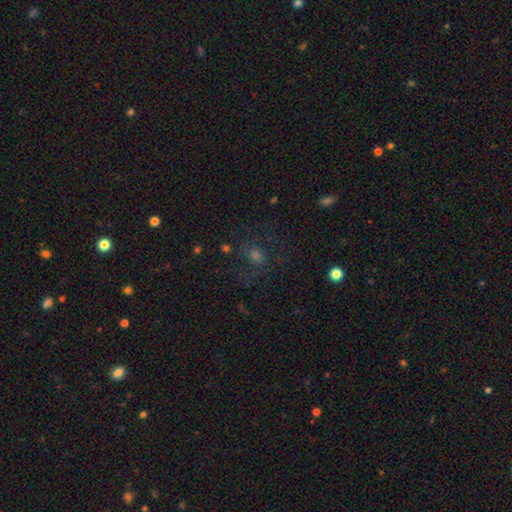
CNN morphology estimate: Smooth or featured?
  - featured or disk: 35% *
  - smooth: 34%
  - star or artifact: 32%
Merging?
  - none: 60% *
  - major disturbance: 22%
  - minor disturbance: 16%
  - merger: 3%